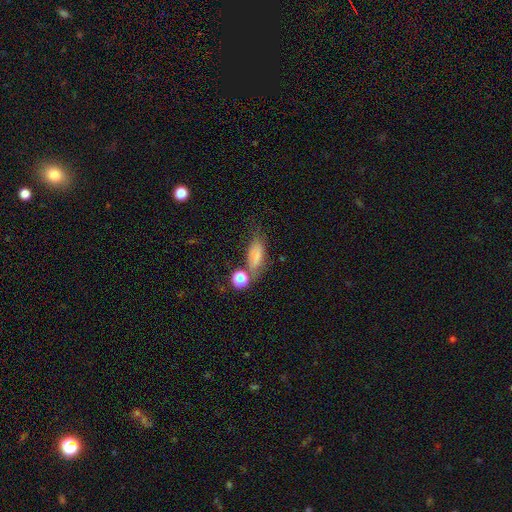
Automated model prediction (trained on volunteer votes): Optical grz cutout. It shows a smooth galaxy with no disk features (68%) that is in between round and cigar-shaped (68%). Merging: none (47%).